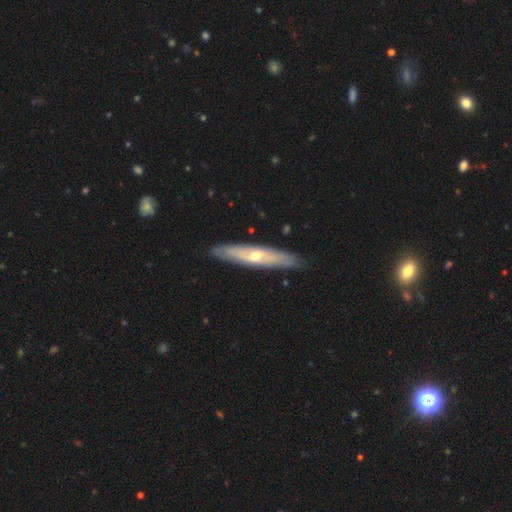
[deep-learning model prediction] Smooth or featured?
  - featured or disk: 64% *
  - smooth: 31%
  - star or artifact: 5%
Edge-on disk?
  - yes: 69% *
  - no: 31%
Merging?
  - none: 88% *
  - minor disturbance: 9%
  - major disturbance: 2%
  - merger: 1%